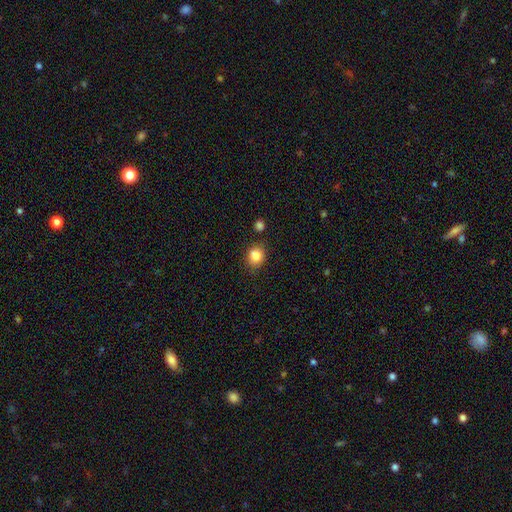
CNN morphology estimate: A smooth galaxy with no disk features (84%) that is round (64%).

Vote fractions:
- Smooth or featured? smooth: 84% / star or artifact: 10% / featured or disk: 6%
- How rounded? round: 64% / in between: 35% / cigar-shaped: 1%
- Merging? none: 77% / minor disturbance: 14% / merger: 6% / major disturbance: 3%